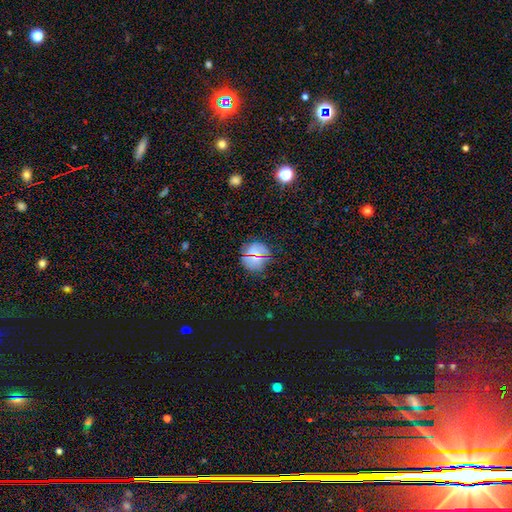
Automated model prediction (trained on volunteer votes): Smooth or featured? smooth (67%)
How rounded? round (87%)
Merging? none (84%)